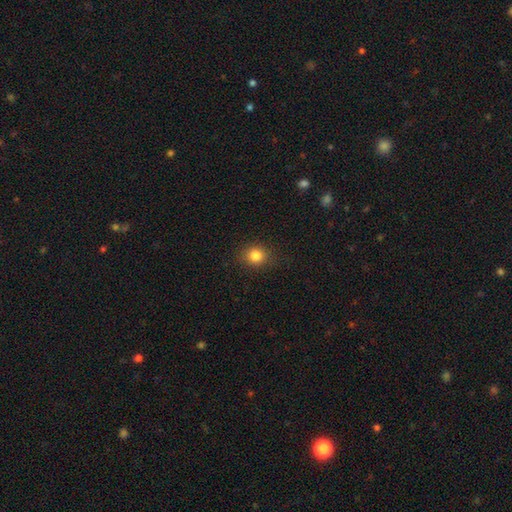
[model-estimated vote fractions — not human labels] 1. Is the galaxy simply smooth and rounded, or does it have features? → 83% smooth, 12% star or artifact, 6% featured or disk.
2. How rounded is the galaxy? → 79% round, 20% in between, 1% cigar-shaped.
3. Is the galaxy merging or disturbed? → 87% none, 9% minor disturbance, 3% major disturbance, 1% merger.